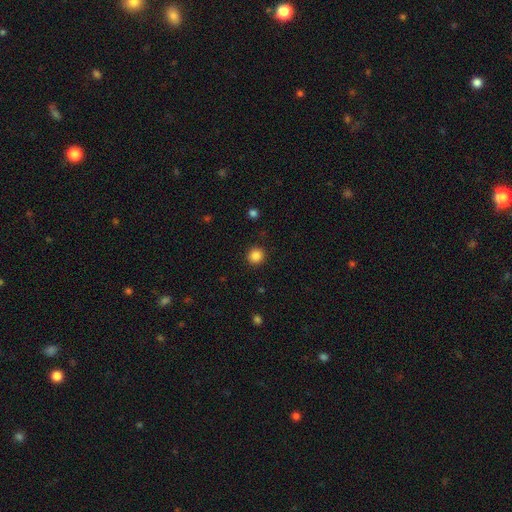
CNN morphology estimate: This is clearly a smooth galaxy (86%). How rounded: clearly round (93%). Merging: clearly none (91%).